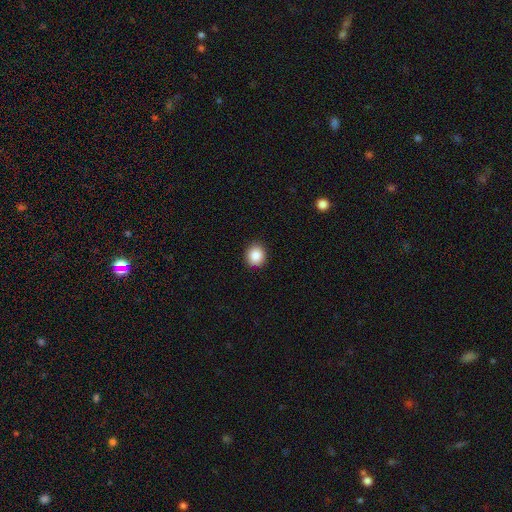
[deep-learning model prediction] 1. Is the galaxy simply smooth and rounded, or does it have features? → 88% smooth, 9% star or artifact, 4% featured or disk.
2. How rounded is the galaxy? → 82% round, 17% in between, 1% cigar-shaped.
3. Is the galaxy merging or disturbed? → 90% none, 7% minor disturbance, 2% major disturbance, 1% merger.